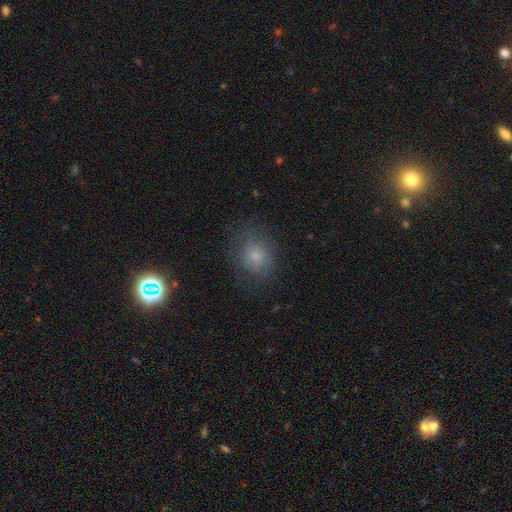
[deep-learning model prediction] Smooth or featured? smooth (64%)
How rounded? round (56%)
Merging? none (67%)